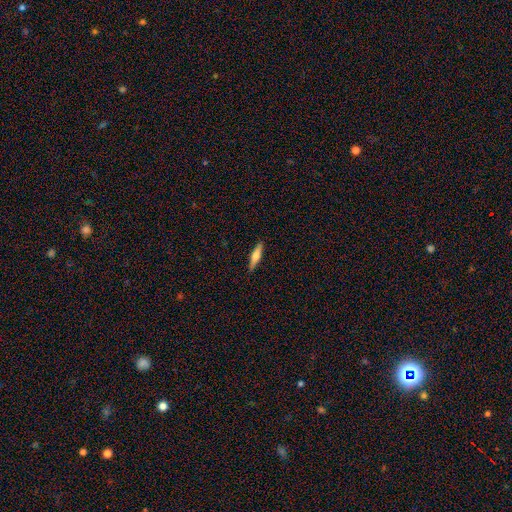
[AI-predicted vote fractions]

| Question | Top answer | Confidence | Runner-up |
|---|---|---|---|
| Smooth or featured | smooth | 52% | featured or disk (42%) |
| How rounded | cigar-shaped | 79% | in between (19%) |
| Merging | none | 90% | minor disturbance (7%) |